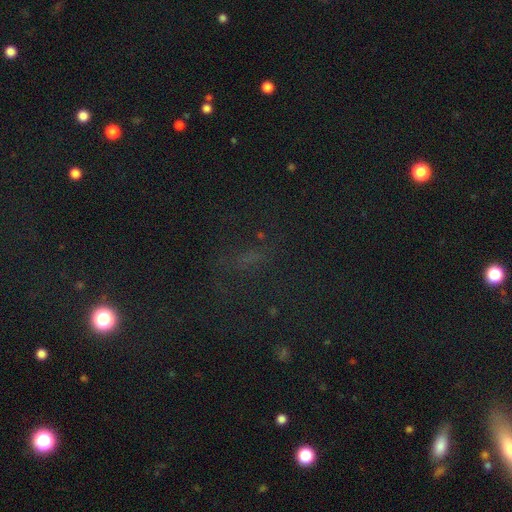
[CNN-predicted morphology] Overall: star or artifact (61%; smooth 26%).